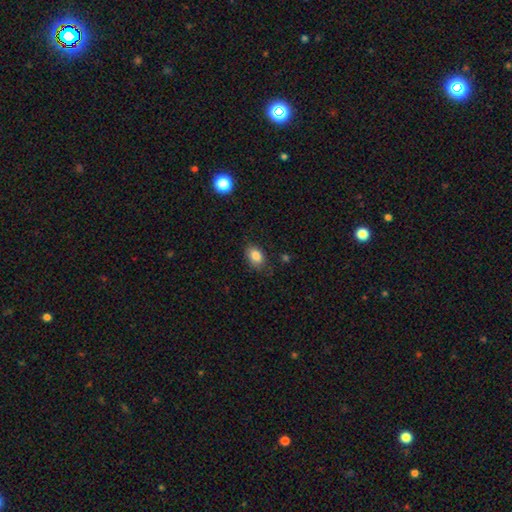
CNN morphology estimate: Smooth or featured: smooth — 84% (star or artifact — 10%)
How rounded: in between — 76% (round — 23%)
Merging: none — 78% (minor disturbance — 17%)